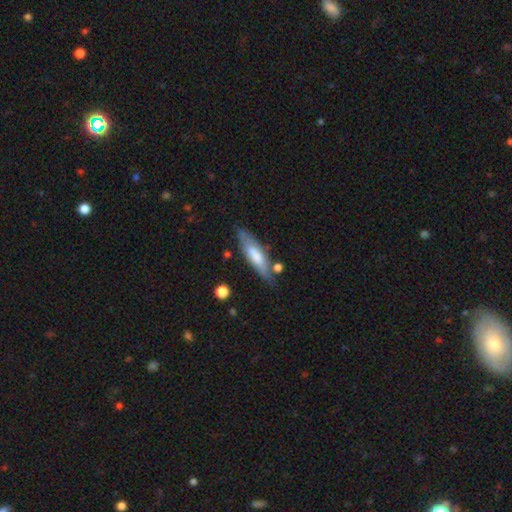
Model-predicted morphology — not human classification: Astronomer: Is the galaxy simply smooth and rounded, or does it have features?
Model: smooth — 58% (runner-up: featured or disk, 36%).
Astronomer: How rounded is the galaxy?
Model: cigar-shaped — 66%.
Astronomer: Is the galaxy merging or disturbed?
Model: none — 73%.